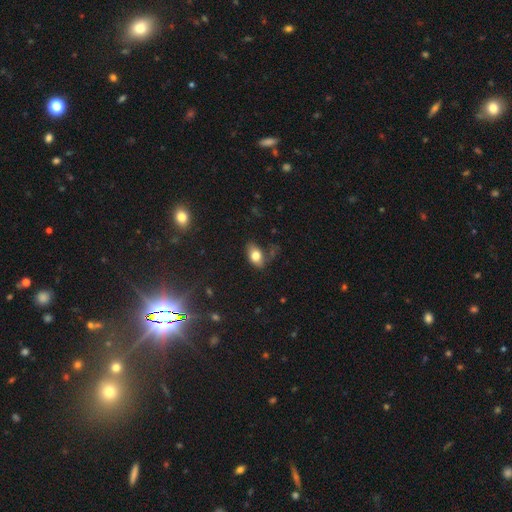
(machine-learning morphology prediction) Smooth or featured? smooth (77%)
How rounded? in between (85%)
Merging? none (53%)